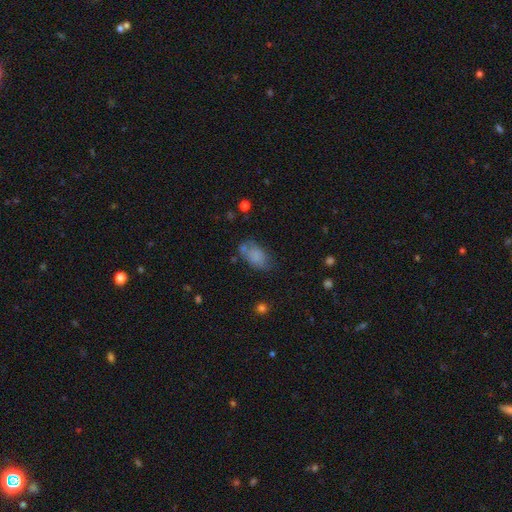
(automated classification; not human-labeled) A smooth galaxy with no disk features (80%) that is in between round and cigar-shaped (91%).

Vote fractions:
- Smooth or featured? smooth: 80% / featured or disk: 10% / star or artifact: 10%
- How rounded? in between: 91% / round: 7% / cigar-shaped: 3%
- Merging? none: 59% / minor disturbance: 23% / merger: 10% / major disturbance: 8%